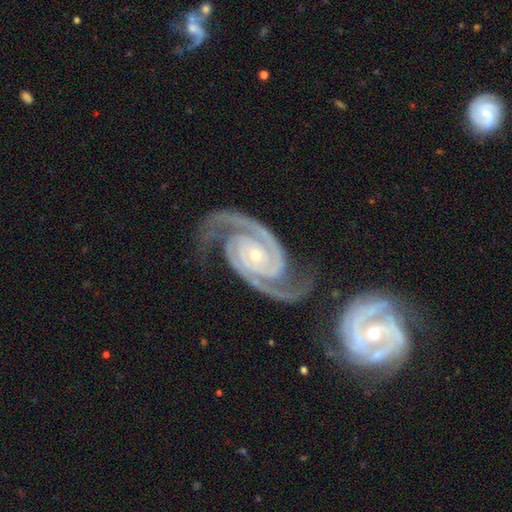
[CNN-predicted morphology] smooth_or_featured: featured or disk (p=0.94) [alt: star or artifact p=0.04]
disk_edge_on: no (p=0.98) [alt: yes p=0.02]
bar: no (p=0.67) [alt: weak p=0.19]
has_spiral_arms: yes (p=0.99) [alt: no p=0.01]
spiral_winding: tight (p=0.62) [alt: medium p=0.34]
spiral_arm_count: 2 (p=0.93) [alt: 3 p=0.03]
bulge_size: small (p=0.77) [alt: moderate p=0.20]
merging: none (p=0.75) [alt: minor disturbance p=0.14]